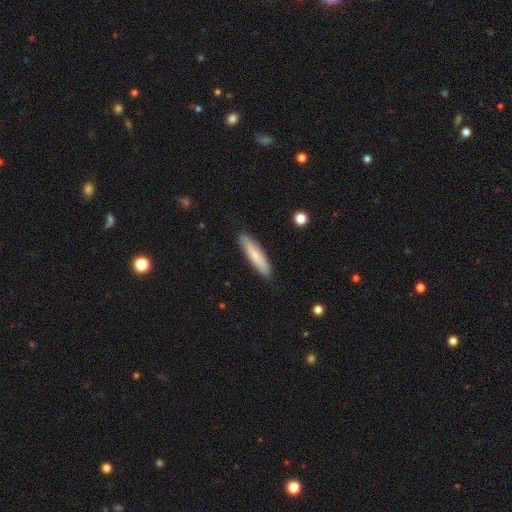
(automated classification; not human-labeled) Smooth or featured? smooth (71%)
How rounded? cigar-shaped (81%)
Merging? none (88%)